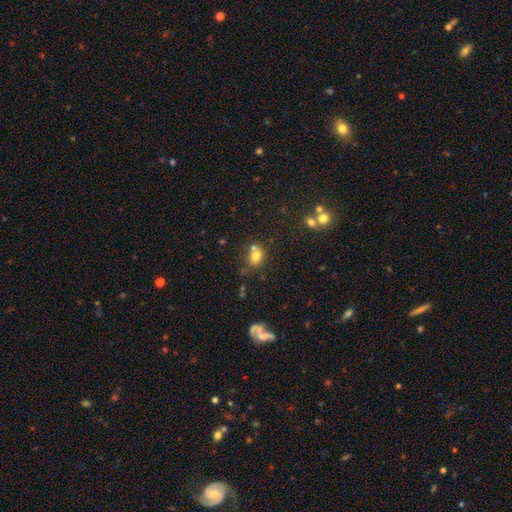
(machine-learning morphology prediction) Smooth or featured? smooth (73%)
How rounded? round (51%)
Merging? none (47%)